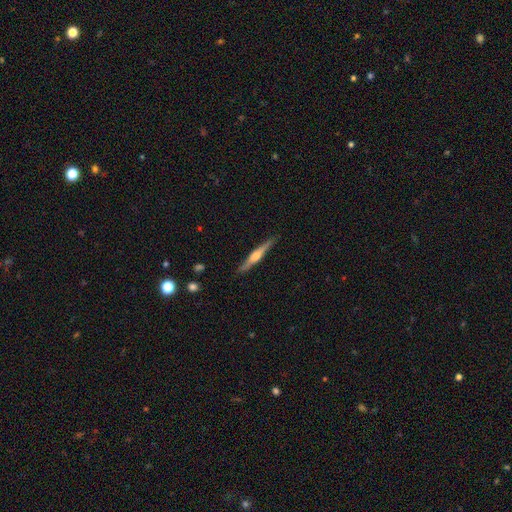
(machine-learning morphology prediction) The model was most divided on "smooth or featured": featured or disk: 72%, smooth: 22%, star or artifact: 5%. More confident: edge-on disk — yes (98%); merging — none (90%); edge-on bulge — rounded (83%).